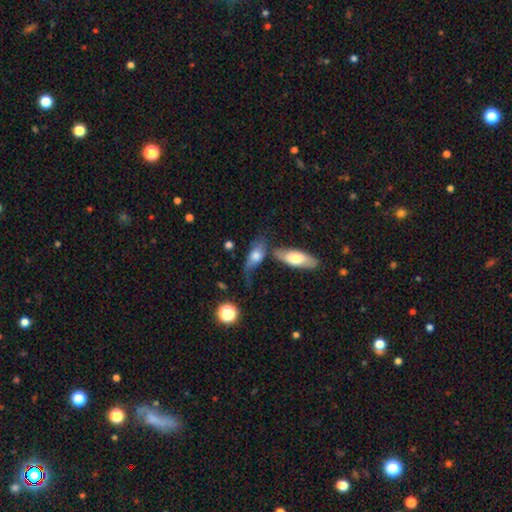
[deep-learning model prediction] This is likely a smooth galaxy (61%). How rounded: clearly in between (82%). Merging: marginally none (32%).